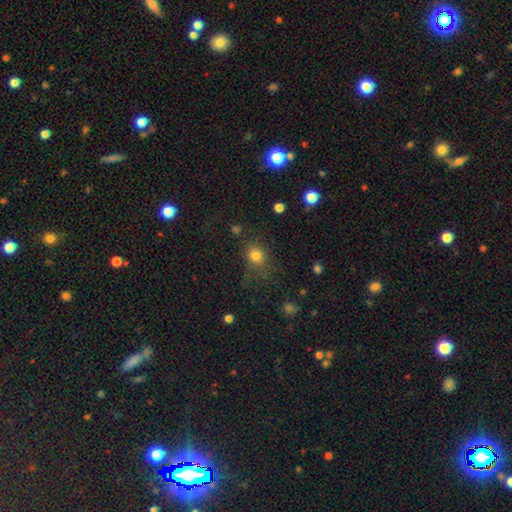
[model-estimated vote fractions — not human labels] A smooth galaxy with no disk features (79%) that is round (73%). Merging: none (65%).